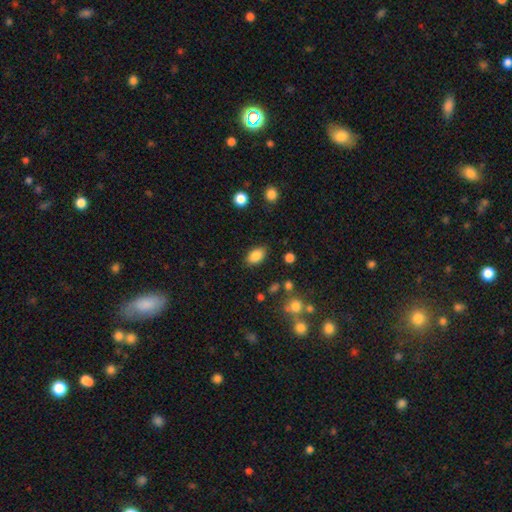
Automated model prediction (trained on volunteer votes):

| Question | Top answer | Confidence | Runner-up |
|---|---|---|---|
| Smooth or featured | smooth | 86% | star or artifact (9%) |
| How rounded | in between | 89% | round (10%) |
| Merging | none | 84% | minor disturbance (11%) |